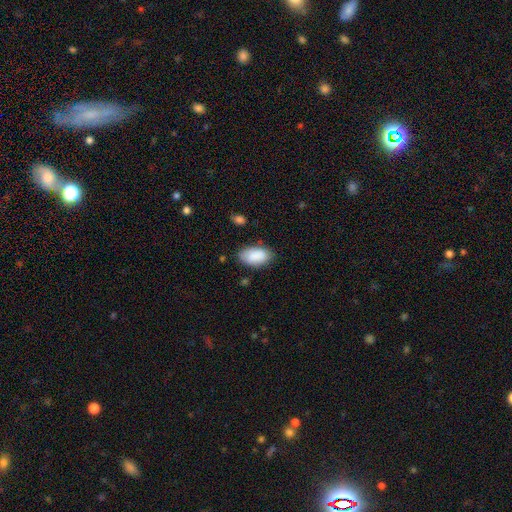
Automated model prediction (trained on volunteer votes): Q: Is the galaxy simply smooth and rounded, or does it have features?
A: smooth — 89%.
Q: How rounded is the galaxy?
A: in between — 95%.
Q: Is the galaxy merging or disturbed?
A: none — 79%.